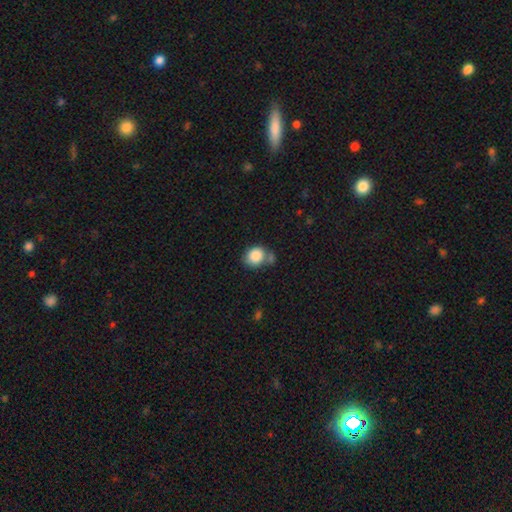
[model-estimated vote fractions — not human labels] A smooth galaxy with no disk features (86%) that is round (63%). Merging: none (54%).